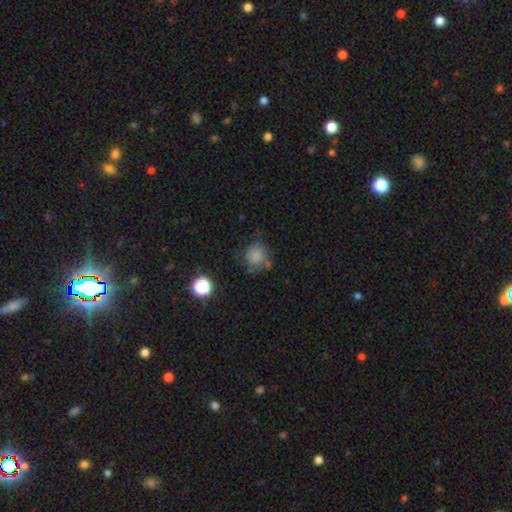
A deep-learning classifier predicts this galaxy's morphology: A smooth galaxy with no disk features (77%) that is round (83%). Merging: none (62%).